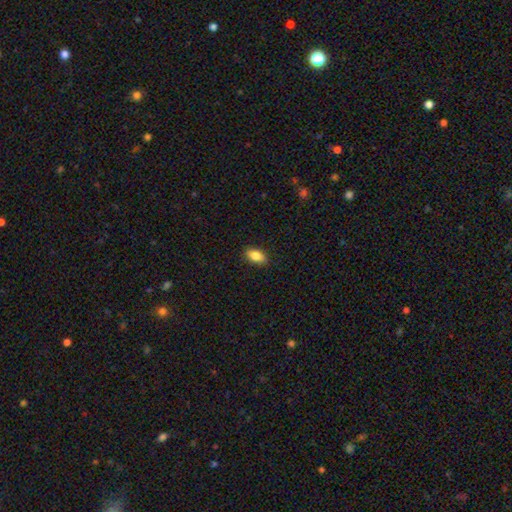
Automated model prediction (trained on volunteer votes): Smooth or featured? smooth (85%)
How rounded? in between (90%)
Merging? none (89%)